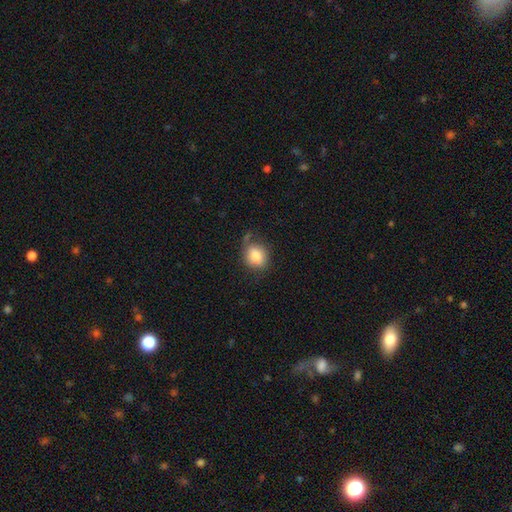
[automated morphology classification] type=smooth (82%); roundness=round (63%); merging=none (61%).